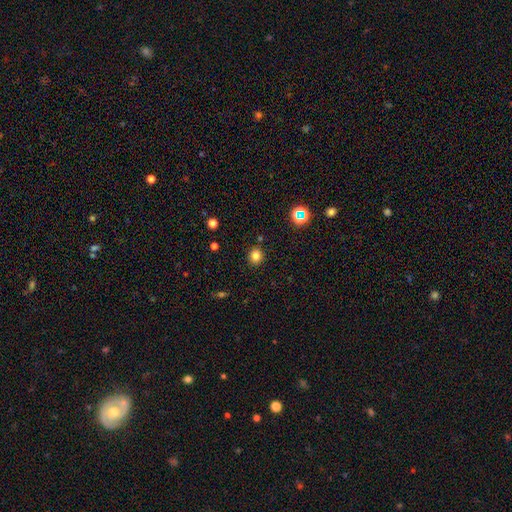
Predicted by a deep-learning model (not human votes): A smooth galaxy with no disk features (79%) that is round (81%). Merging: none (88%).